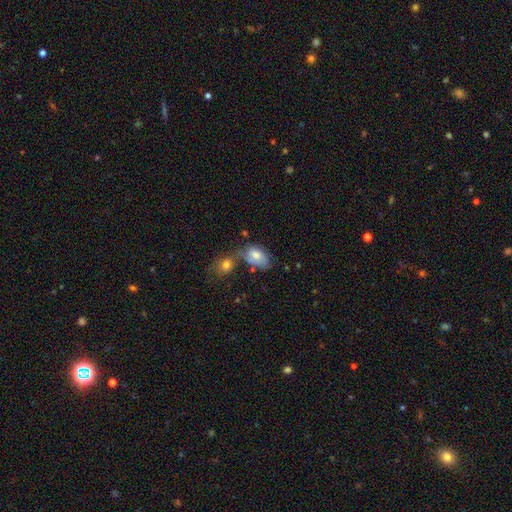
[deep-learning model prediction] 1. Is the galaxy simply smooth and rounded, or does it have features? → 75% smooth, 17% featured or disk, 8% star or artifact.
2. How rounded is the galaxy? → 90% in between, 9% round, 2% cigar-shaped.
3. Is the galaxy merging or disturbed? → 36% none, 32% merger, 22% minor disturbance, 10% major disturbance.